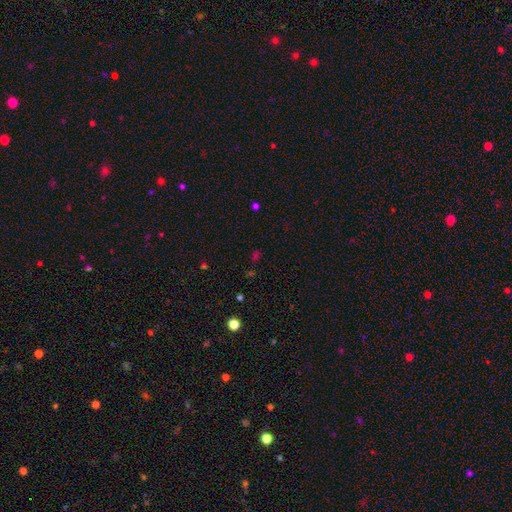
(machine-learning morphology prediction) Smooth or featured? star or artifact (51%)